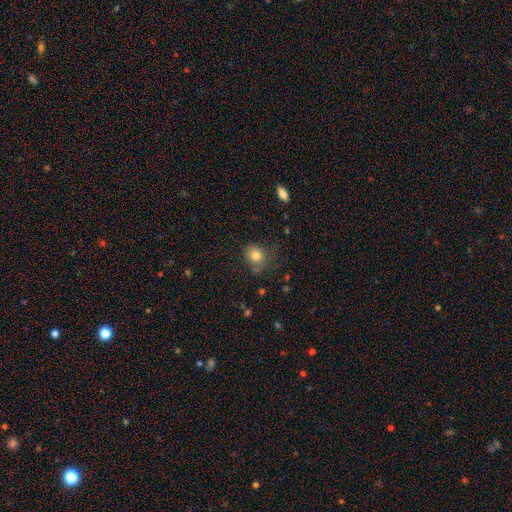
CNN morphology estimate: A smooth galaxy with no disk features (79%) that is round (74%). Merging: none (66%).